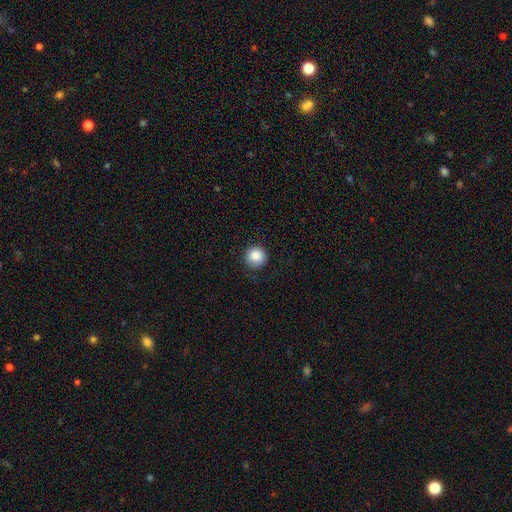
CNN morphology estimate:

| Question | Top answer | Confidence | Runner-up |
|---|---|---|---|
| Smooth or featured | smooth | 86% | star or artifact (9%) |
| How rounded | round | 95% | in between (4%) |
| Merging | none | 86% | minor disturbance (10%) |